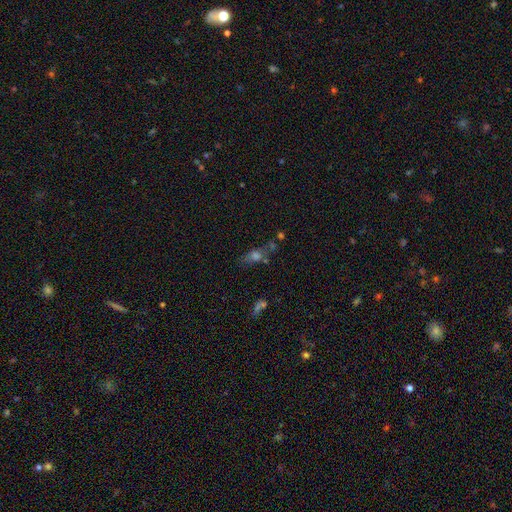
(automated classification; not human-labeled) A smooth galaxy with no disk features (50%).

Vote fractions:
- Smooth or featured? smooth: 50% / star or artifact: 27% / featured or disk: 24%
- Merging? none: 55% / merger: 18% / minor disturbance: 17% / major disturbance: 10%